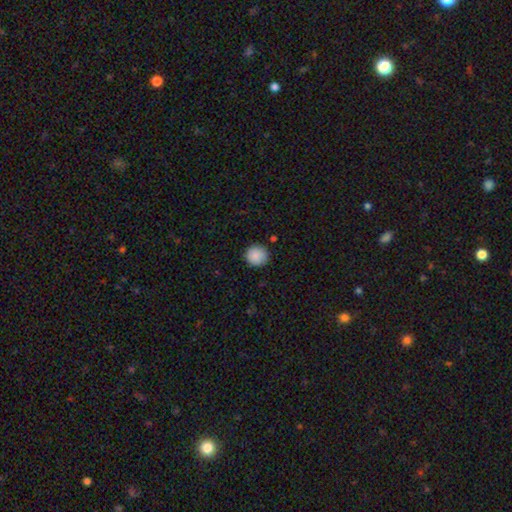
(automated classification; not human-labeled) A smooth galaxy with no disk features (89%) that is round (94%).

Vote fractions:
- Smooth or featured? smooth: 89% / star or artifact: 8% / featured or disk: 4%
- How rounded? round: 94% / in between: 5% / cigar-shaped: 1%
- Merging? none: 90% / minor disturbance: 7% / major disturbance: 2% / merger: 1%